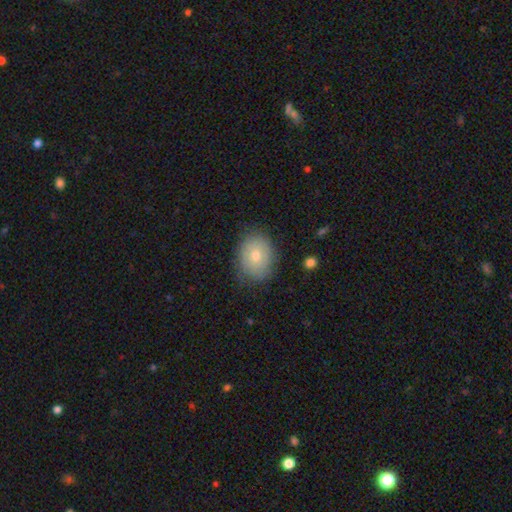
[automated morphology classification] smooth-or-featured: smooth: 70% | featured or disk: 21% | star or artifact: 9%
  how-rounded: in between: 56% | round: 43% | cigar-shaped: 1%
  merging: none: 79% | minor disturbance: 16% | major disturbance: 4% | merger: 1%